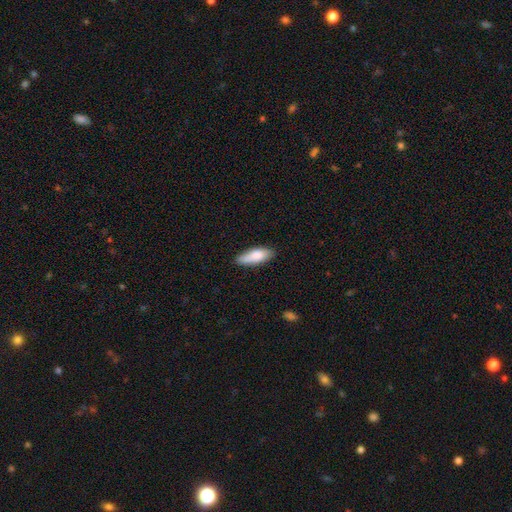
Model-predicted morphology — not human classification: A smooth galaxy with no disk features (82%) that is in between round and cigar-shaped (63%).

Vote fractions:
- Smooth or featured? smooth: 82% / featured or disk: 12% / star or artifact: 6%
- How rounded? in between: 63% / cigar-shaped: 35% / round: 2%
- Merging? none: 74% / minor disturbance: 20% / major disturbance: 3% / merger: 2%